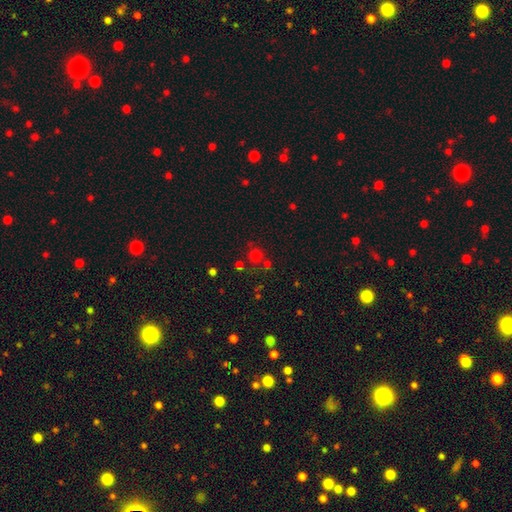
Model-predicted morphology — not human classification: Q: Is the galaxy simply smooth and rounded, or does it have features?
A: smooth — 61%.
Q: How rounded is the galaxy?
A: round — 89%.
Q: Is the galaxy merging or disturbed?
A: none — 65%.